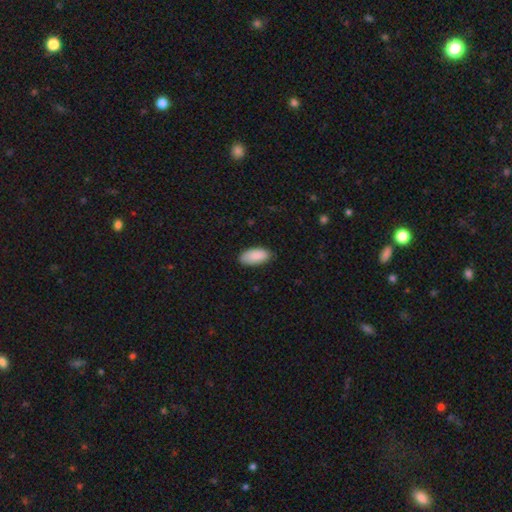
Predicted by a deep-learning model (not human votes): Smooth or featured: smooth — 90% (star or artifact — 6%)
How rounded: in between — 94% (cigar-shaped — 5%)
Merging: none — 83% (minor disturbance — 14%)